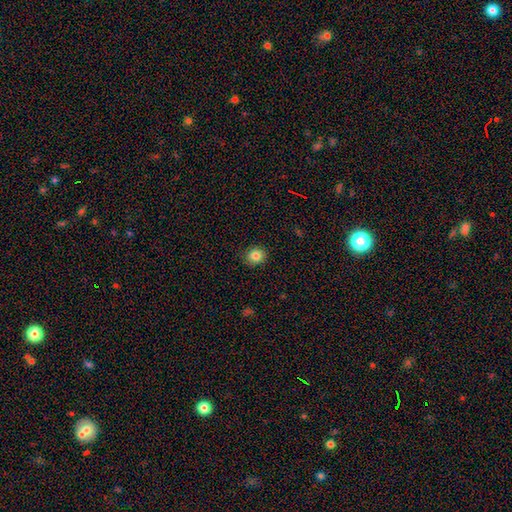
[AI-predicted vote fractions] A smooth galaxy with no disk features (83%) that is round (81%). Merging: none (90%).